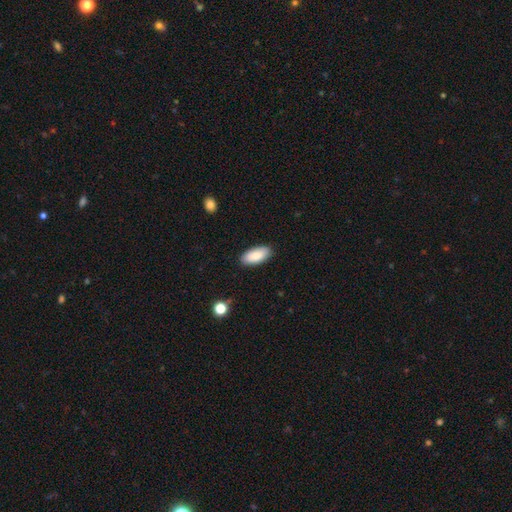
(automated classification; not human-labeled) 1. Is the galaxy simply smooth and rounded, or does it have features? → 86% smooth, 7% featured or disk, 6% star or artifact.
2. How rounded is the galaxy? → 91% in between, 7% cigar-shaped, 2% round.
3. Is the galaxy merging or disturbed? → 87% none, 10% minor disturbance, 2% major disturbance, 1% merger.